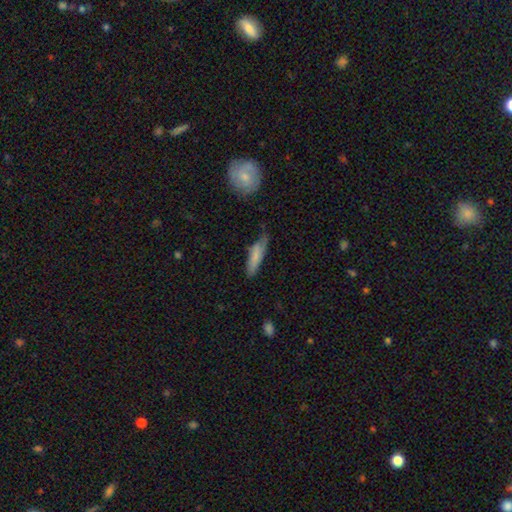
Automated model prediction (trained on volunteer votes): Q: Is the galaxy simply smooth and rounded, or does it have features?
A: smooth — 73%.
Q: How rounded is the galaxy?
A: cigar-shaped — 70%.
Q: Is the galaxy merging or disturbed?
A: none — 58%.